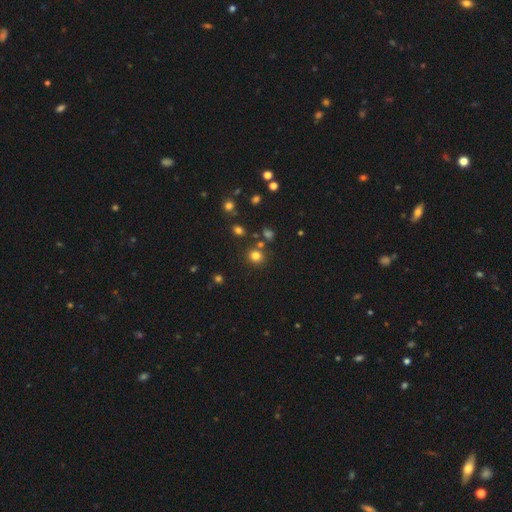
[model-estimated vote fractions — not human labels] The model was most divided on "smooth or featured": smooth: 77%, star or artifact: 17%, featured or disk: 6%. More confident: how rounded — round (86%); merging — none (79%).